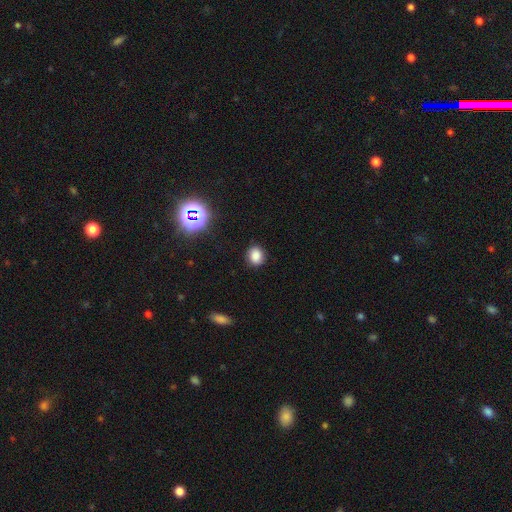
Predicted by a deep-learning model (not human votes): smooth 81%, star or artifact 14%, featured or disk 5%. Down the decision tree: how rounded — round (59%); merging — none (86%).